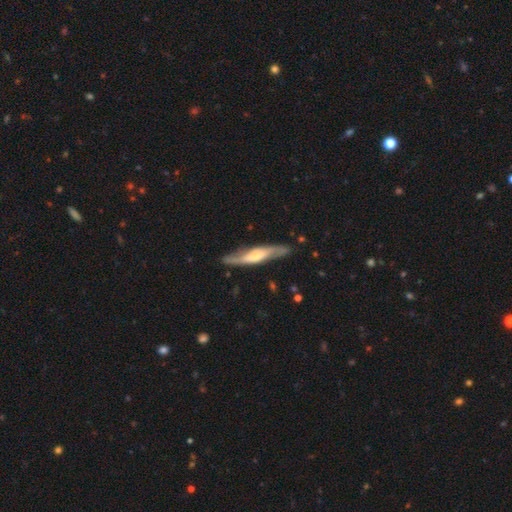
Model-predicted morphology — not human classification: Smooth or featured: featured or disk — 64% (smooth — 31%)
Edge-on disk: yes — 62% (no — 38%)
Merging: none — 81% (minor disturbance — 14%)